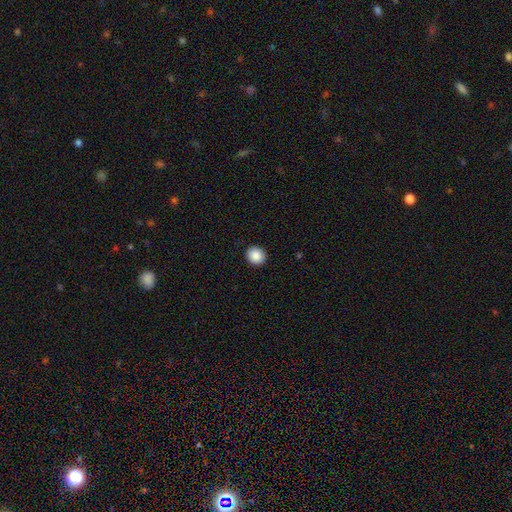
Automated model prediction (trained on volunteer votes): Q: Smooth or featured?
A: smooth (89%); runner-up: star or artifact (8%)
Q: How rounded?
A: round (80%); runner-up: in between (19%)
Q: Merging?
A: none (92%); runner-up: minor disturbance (5%)